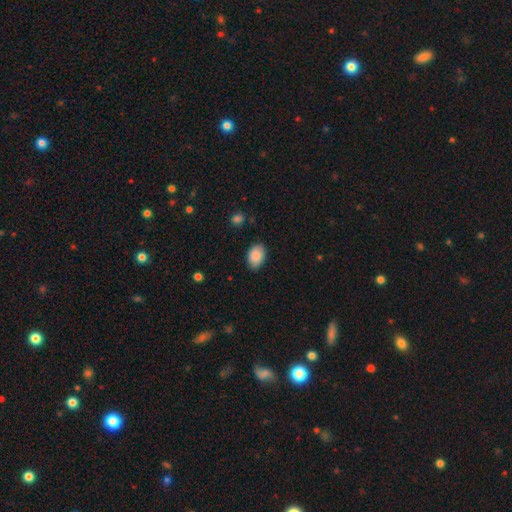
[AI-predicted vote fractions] Overall: smooth (89%). How rounded: in between (86%). Merging: none (83%).